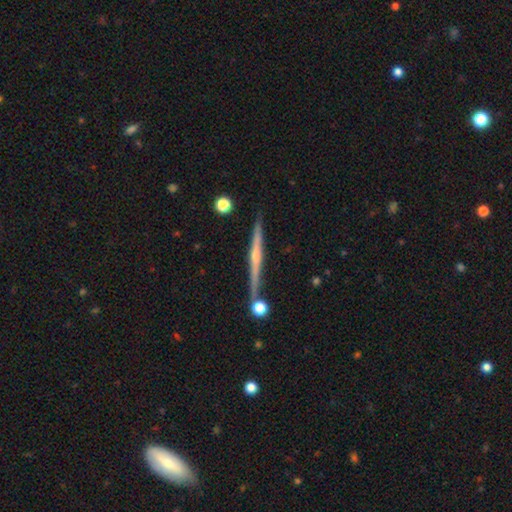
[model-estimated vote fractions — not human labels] Smooth or featured? Predicted: featured or disk (p=0.74). Edge-on disk? Predicted: yes (p=0.98). Edge-on bulge? Predicted: rounded (p=0.67). Merging? Predicted: none (p=0.82).